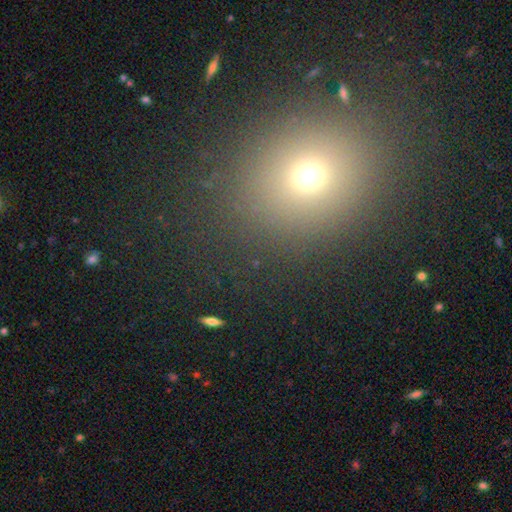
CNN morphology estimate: Smooth or featured? Predicted: smooth (p=0.61). How rounded? Predicted: round (p=0.70). Merging? Predicted: none (p=0.87).